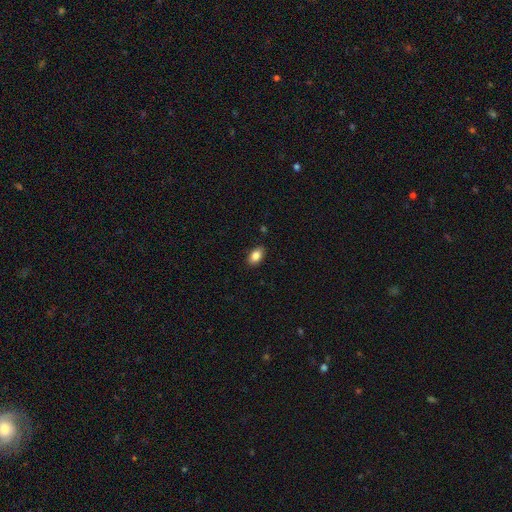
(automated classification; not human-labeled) This appears to be a smooth galaxy with no disk features (86%) that is in between round and cigar-shaped (90%). Merging: none (88%).